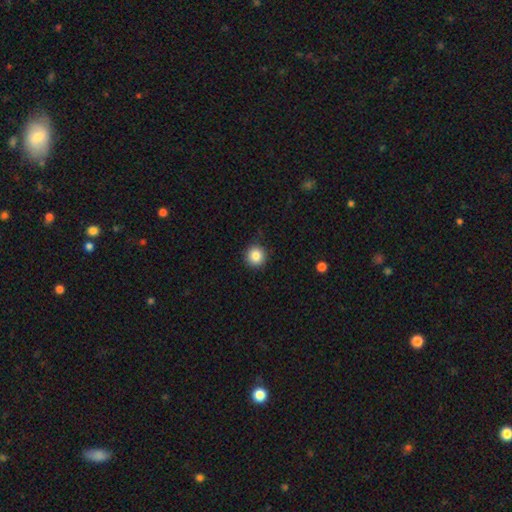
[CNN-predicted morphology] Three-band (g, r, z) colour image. It shows a smooth galaxy with no disk features (85%) that is round (94%). Merging: none (91%).